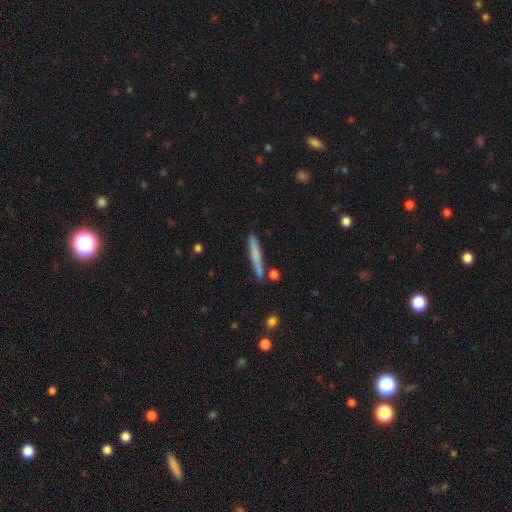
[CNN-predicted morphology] The model was most divided on "smooth or featured": smooth: 62%, featured or disk: 31%, star or artifact: 6%. More confident: how rounded — cigar-shaped (95%); merging — none (83%).